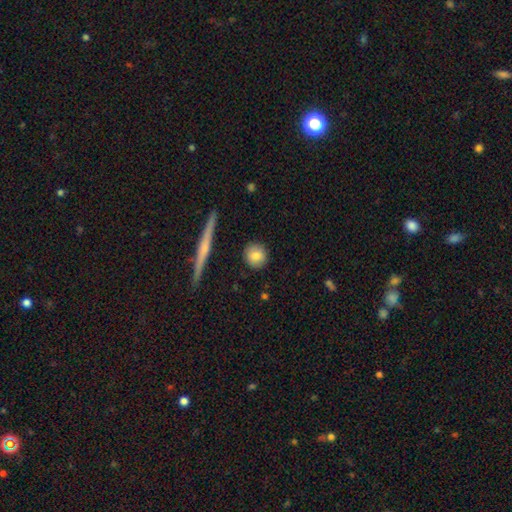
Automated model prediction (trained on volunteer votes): Overall: smooth (82%). How rounded: round (88%). Merging: none (90%).